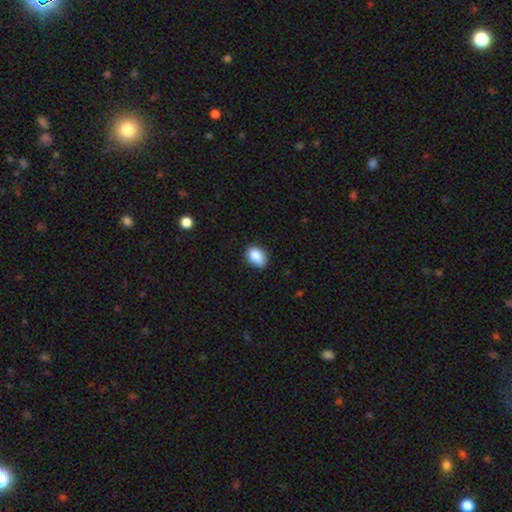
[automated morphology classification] Smooth or featured: smooth — 86% (star or artifact — 8%)
How rounded: in between — 74% (round — 25%)
Merging: none — 75% (minor disturbance — 20%)